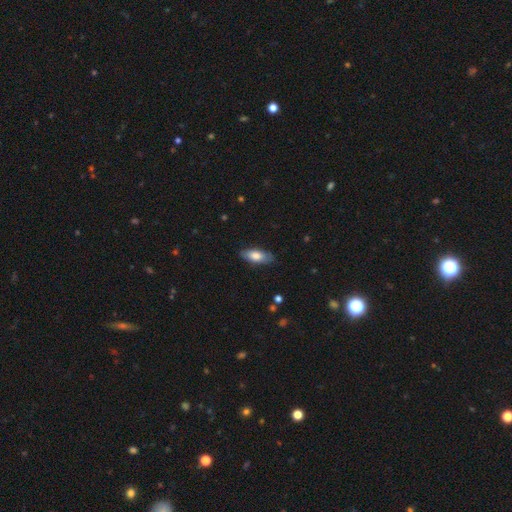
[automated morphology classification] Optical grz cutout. It shows a smooth galaxy with no disk features (75%) that is in between round and cigar-shaped (78%). Merging: none (83%).